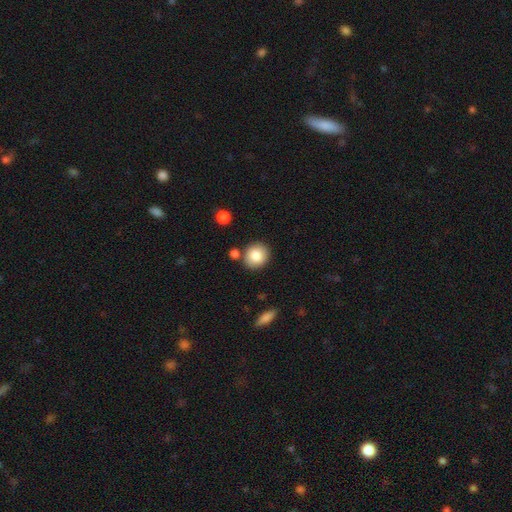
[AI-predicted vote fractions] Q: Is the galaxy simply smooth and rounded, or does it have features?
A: smooth — 85%.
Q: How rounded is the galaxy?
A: round — 82%.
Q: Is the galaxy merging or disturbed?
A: none — 80%.